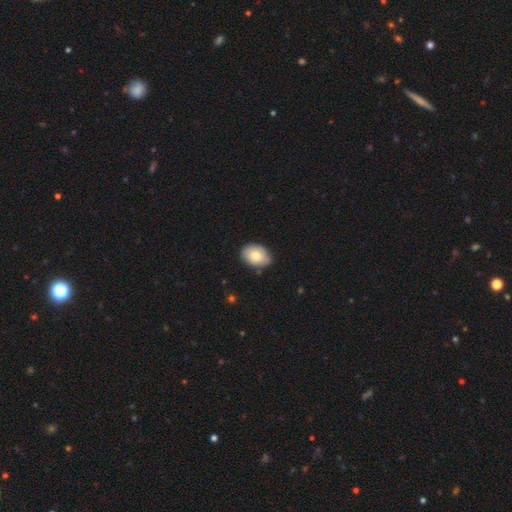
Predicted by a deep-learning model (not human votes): Smooth or featured? Predicted: smooth (p=0.75). How rounded? Predicted: in between (p=0.75). Merging? Predicted: none (p=0.74).